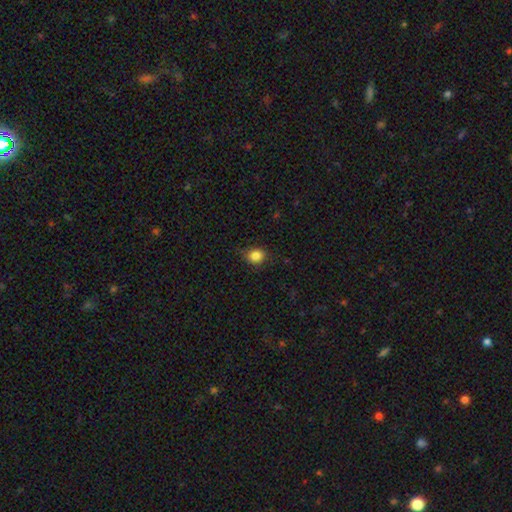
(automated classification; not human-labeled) smooth 85%, star or artifact 10%, featured or disk 4%. Down the decision tree: how rounded — round (64%); merging — none (79%).